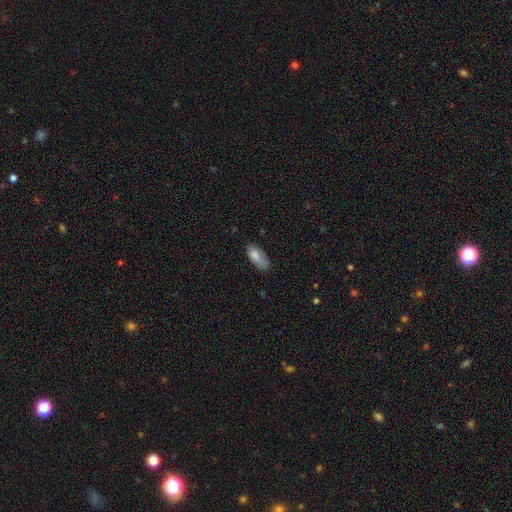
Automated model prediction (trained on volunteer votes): The model was most divided on "merging": none: 57%, minor disturbance: 31%, major disturbance: 9%, merger: 3%. More confident: how rounded — in between (88%); smooth or featured — smooth (79%).